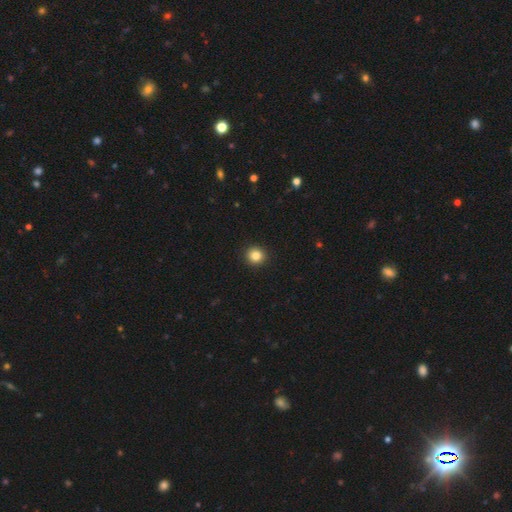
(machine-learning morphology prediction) Overall: smooth (84%). How rounded: round (92%). Merging: none (94%).